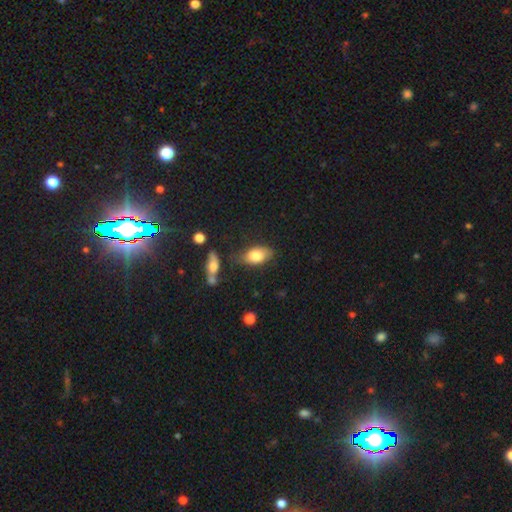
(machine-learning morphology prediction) Smooth or featured? Predicted: smooth (p=0.77). How rounded? Predicted: in between (p=0.90). Merging? Predicted: none (p=0.69).